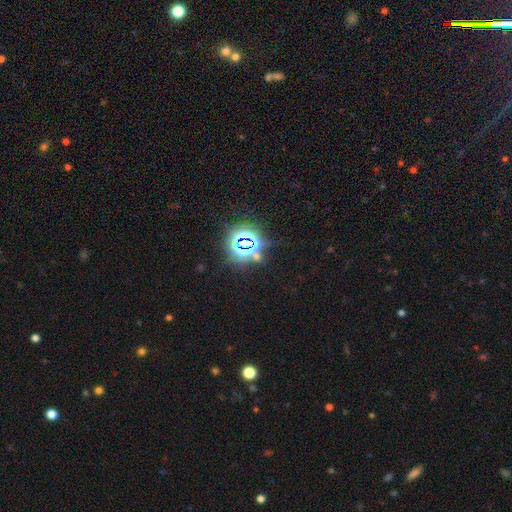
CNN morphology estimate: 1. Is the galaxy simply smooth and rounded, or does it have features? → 75% star or artifact, 17% smooth, 8% featured or disk.